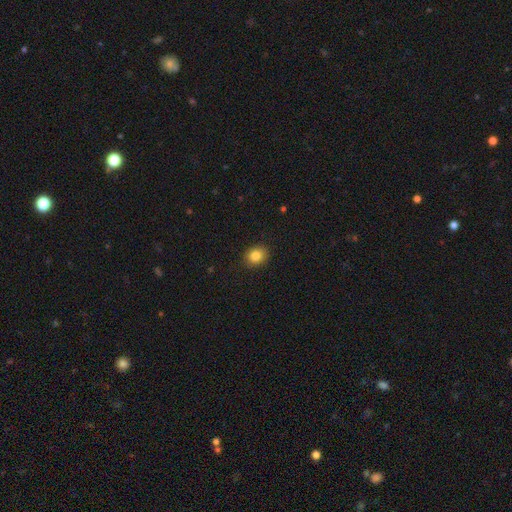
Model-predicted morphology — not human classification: A smooth galaxy with no disk features (84%) that is round (61%).

Vote fractions:
- Smooth or featured? smooth: 84% / star or artifact: 10% / featured or disk: 6%
- How rounded? round: 61% / in between: 38% / cigar-shaped: 1%
- Merging? none: 89% / minor disturbance: 8% / major disturbance: 2% / merger: 1%